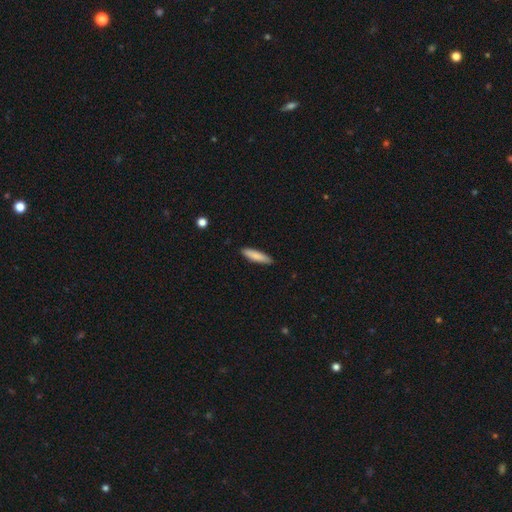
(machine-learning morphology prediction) Smooth or featured?
  - smooth: 84% *
  - featured or disk: 10%
  - star or artifact: 6%
How rounded?
  - cigar-shaped: 77% *
  - in between: 22%
  - round: 1%
Merging?
  - none: 88% *
  - minor disturbance: 9%
  - major disturbance: 2%
  - merger: 1%